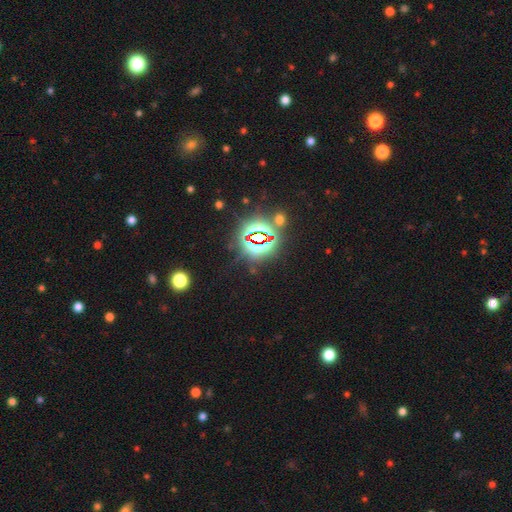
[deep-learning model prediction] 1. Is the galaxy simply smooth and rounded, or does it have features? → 82% star or artifact, 11% smooth, 7% featured or disk.